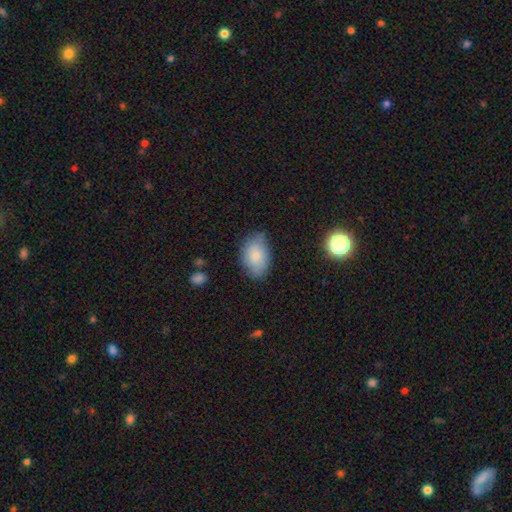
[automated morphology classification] A smooth galaxy with no disk features (82%) that is in between round and cigar-shaped (91%). Merging: none (72%).